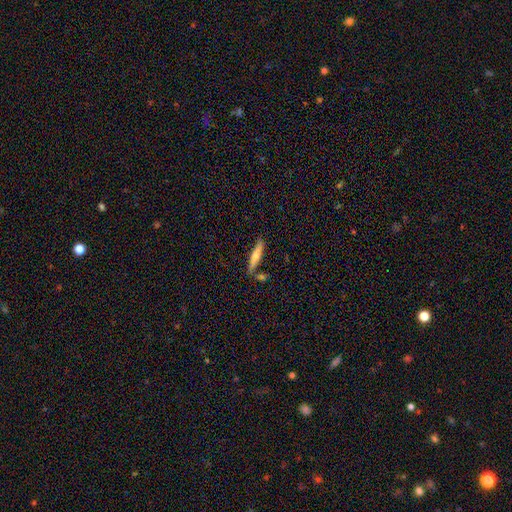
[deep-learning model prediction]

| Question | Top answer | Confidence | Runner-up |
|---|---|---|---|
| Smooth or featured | smooth | 56% | featured or disk (38%) |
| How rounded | cigar-shaped | 86% | in between (12%) |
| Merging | none | 77% | minor disturbance (12%) |